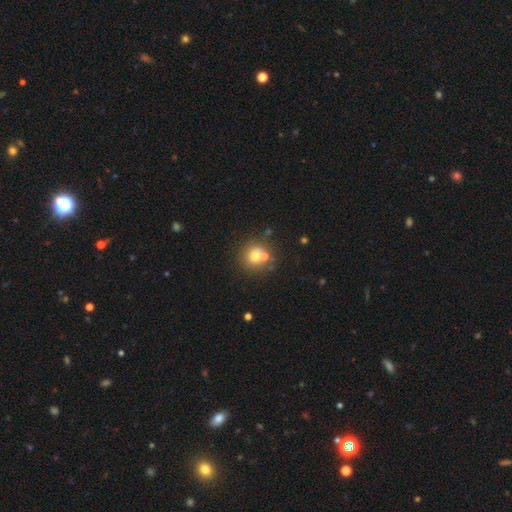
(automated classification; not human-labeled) The model was most divided on "merging": none: 55%, merger: 31%, minor disturbance: 10%, major disturbance: 4%. More confident: how rounded — round (86%); smooth or featured — smooth (67%).